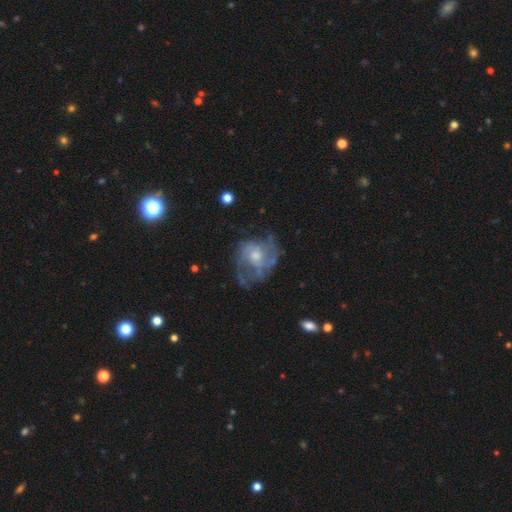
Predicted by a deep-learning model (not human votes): The model was most divided on "spiral arm count": 2: 34%, can't tell: 33%, 3: 17%, 1: 6%, 4: 6%, more than 4: 4%. Remaining: edge-on disk — no (98%); spiral arms — yes (79%); smooth or featured — featured or disk (77%); bar — no (74%); bulge size — moderate (57%); merging — none (51%); spiral winding — medium (45%).